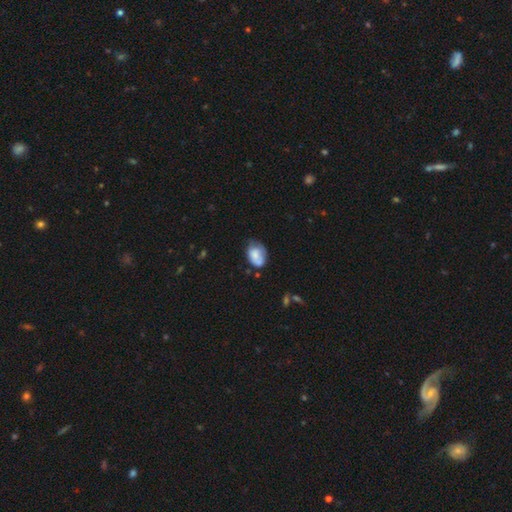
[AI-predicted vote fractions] Smooth or featured? smooth (70%)
How rounded? in between (75%)
Merging? none (43%)